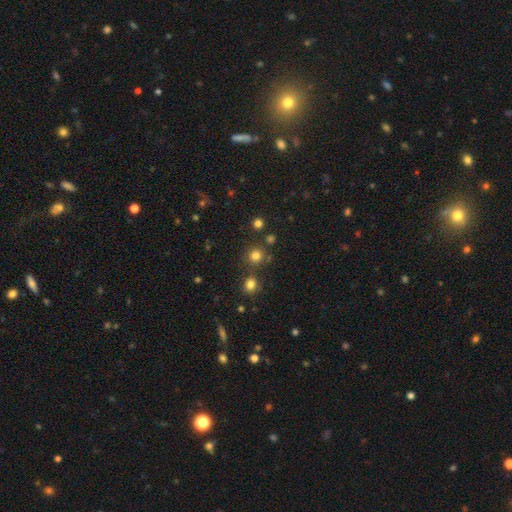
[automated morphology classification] Q: Smooth or featured?
A: smooth (78%); runner-up: star or artifact (17%)
Q: How rounded?
A: round (91%); runner-up: in between (8%)
Q: Merging?
A: none (79%); runner-up: merger (10%)